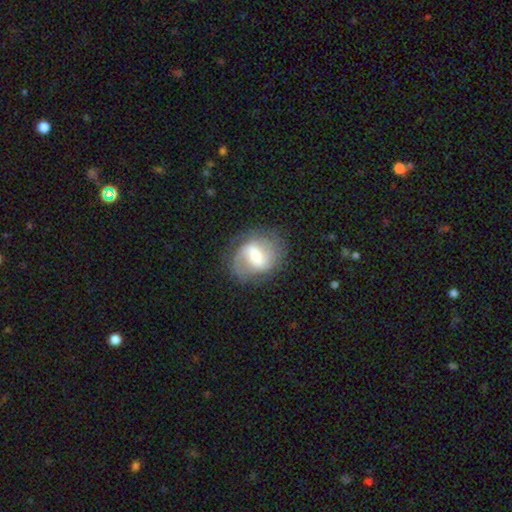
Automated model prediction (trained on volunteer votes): This appears to be a featured or disk galaxy (62%) with a weak bar (46%), spiral arms (79%) and a moderate central bulge (44%). Merging: none (69%).